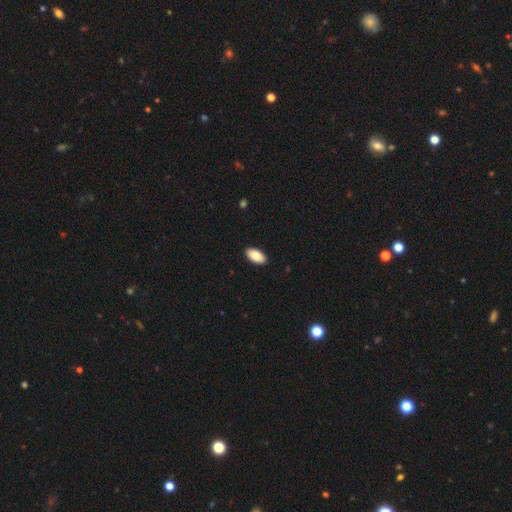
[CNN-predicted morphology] Overall: smooth (87%). How rounded: in between (94%). Merging: none (91%).